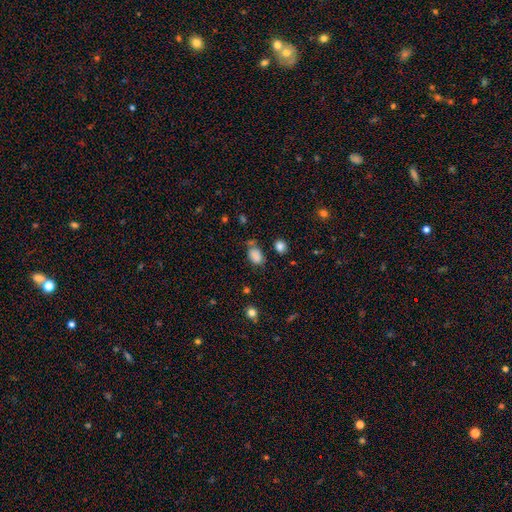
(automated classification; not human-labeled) smooth-or-featured: smooth: 83% | star or artifact: 12% | featured or disk: 5%
  how-rounded: in between: 75% | round: 24% | cigar-shaped: 1%
  merging: none: 57% | minor disturbance: 22% | merger: 12% | major disturbance: 8%